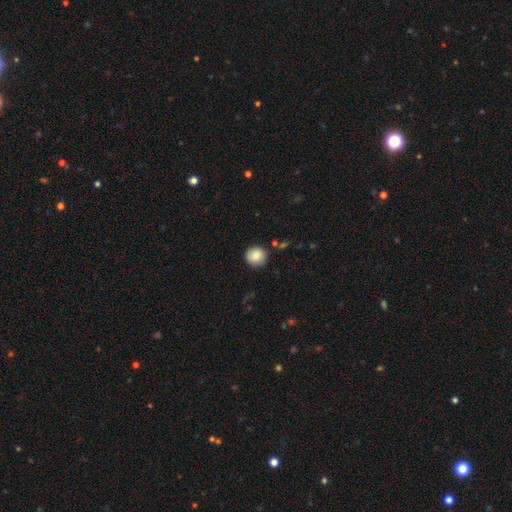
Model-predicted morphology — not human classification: smooth_or_featured: smooth (p=0.86) [alt: star or artifact p=0.08]
how_rounded: round (p=0.91) [alt: in between p=0.08]
merging: none (p=0.88) [alt: minor disturbance p=0.08]